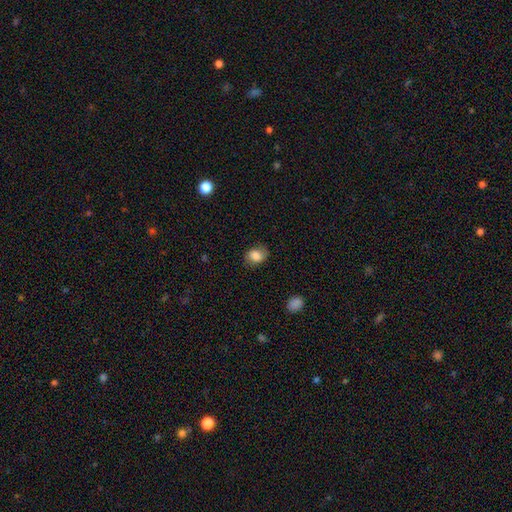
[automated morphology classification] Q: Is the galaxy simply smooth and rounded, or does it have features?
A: smooth — 83%.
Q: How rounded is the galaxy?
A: in between — 61%.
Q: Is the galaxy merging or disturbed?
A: none — 75%.